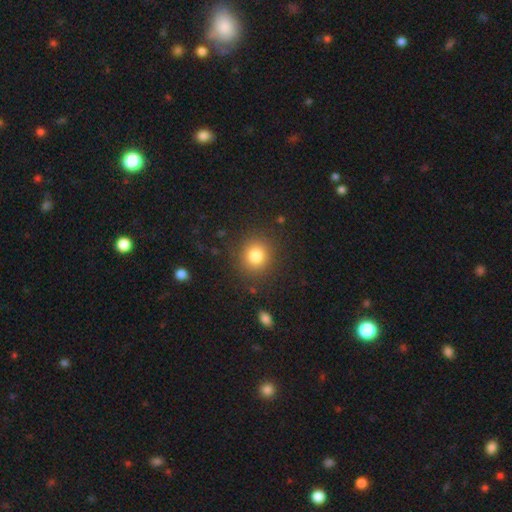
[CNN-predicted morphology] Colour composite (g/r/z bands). It shows a smooth galaxy with no disk features (82%) that is round (85%). Merging: none (87%).